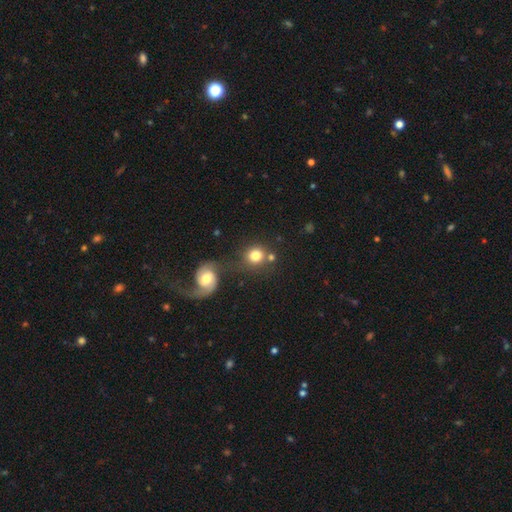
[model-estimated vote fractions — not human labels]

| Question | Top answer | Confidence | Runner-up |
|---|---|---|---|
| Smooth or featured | smooth | 78% | featured or disk (13%) |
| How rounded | round | 84% | in between (15%) |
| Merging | none | 57% | merger (26%) |